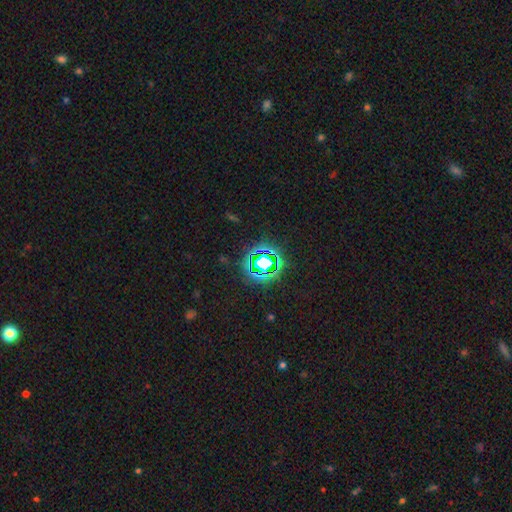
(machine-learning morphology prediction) Smooth or featured?
  - star or artifact: 78% *
  - smooth: 16%
  - featured or disk: 6%